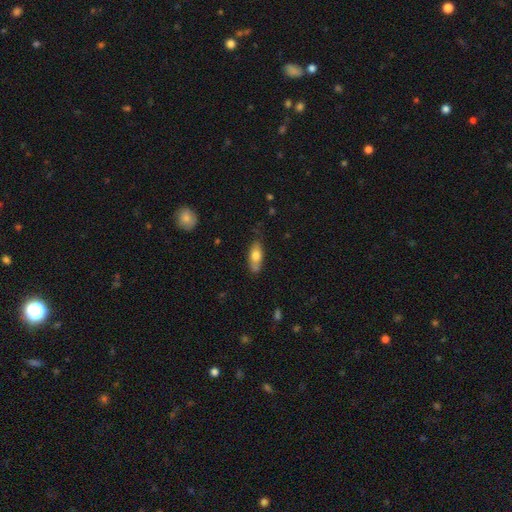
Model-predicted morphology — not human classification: Overall: smooth (72%). How rounded: in between (73%). Merging: none (67%).